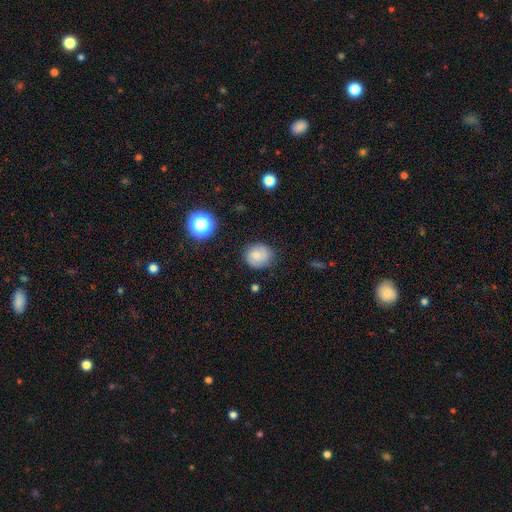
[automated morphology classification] type=smooth (75%); roundness=round (75%); merging=none (73%).